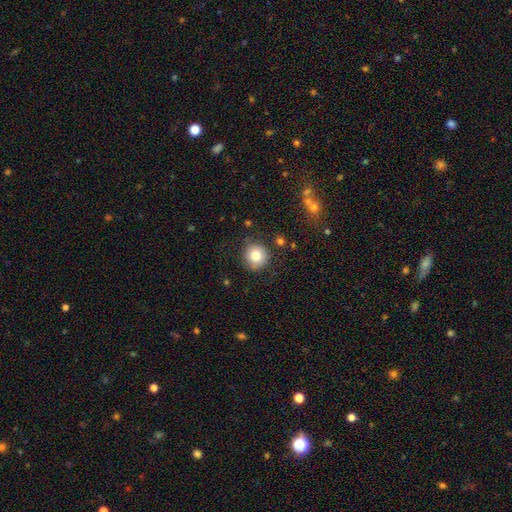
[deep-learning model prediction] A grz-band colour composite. It shows a smooth galaxy with no disk features (80%) that is round (91%). Merging: none (83%).